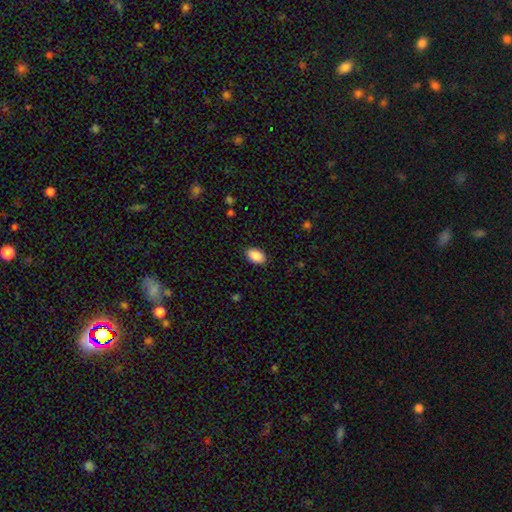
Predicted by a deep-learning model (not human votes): smooth_or_featured: smooth (p=0.89) [alt: star or artifact p=0.07]
how_rounded: in between (p=0.91) [alt: round p=0.07]
merging: none (p=0.89) [alt: minor disturbance p=0.08]